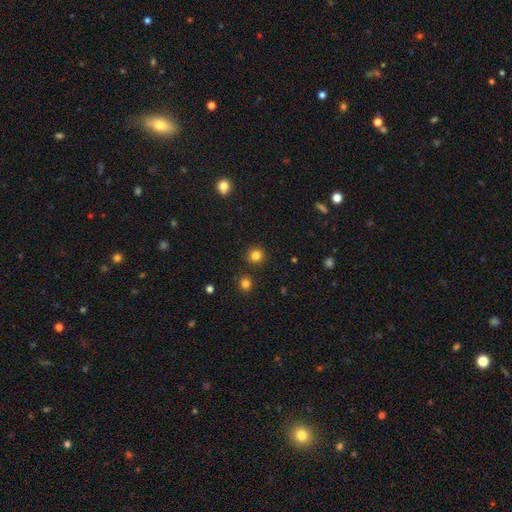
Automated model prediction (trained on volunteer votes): Morphology: type=smooth (83%); roundness=round (92%); merging=none (89%).